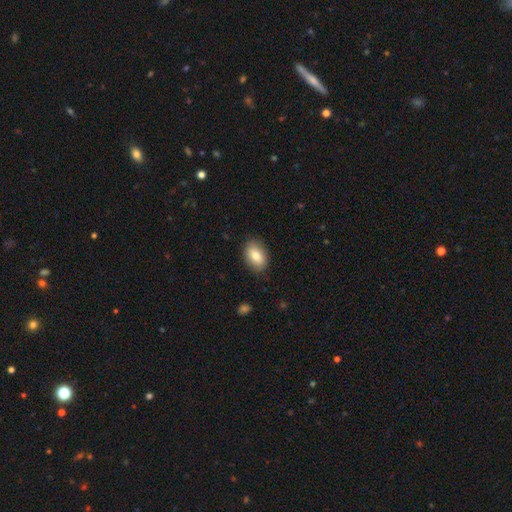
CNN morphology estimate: This appears to be a smooth galaxy with no disk features (80%) that is in between round and cigar-shaped (88%). Merging: none (86%).